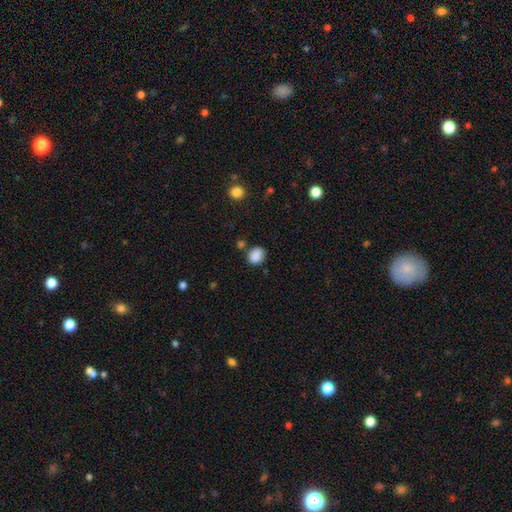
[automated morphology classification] Overall: smooth (87%). How rounded: round (57%; in between 42%). Merging: none (73%).